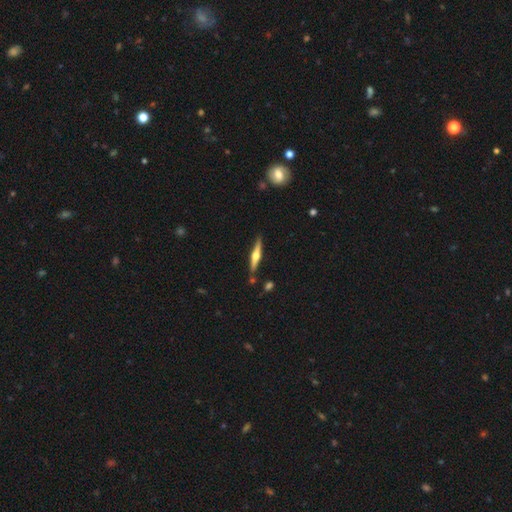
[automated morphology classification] A featured or disk galaxy (71%) viewed edge-on (98%) with a rounded central bulge (92%).

Vote fractions:
- Smooth or featured? featured or disk: 71% / smooth: 24% / star or artifact: 6%
- Edge-on disk? yes: 98% / no: 2%
- Edge-on bulge? rounded: 92% / boxy: 5% / none: 3%
- Merging? none: 86% / minor disturbance: 8% / merger: 4% / major disturbance: 2%